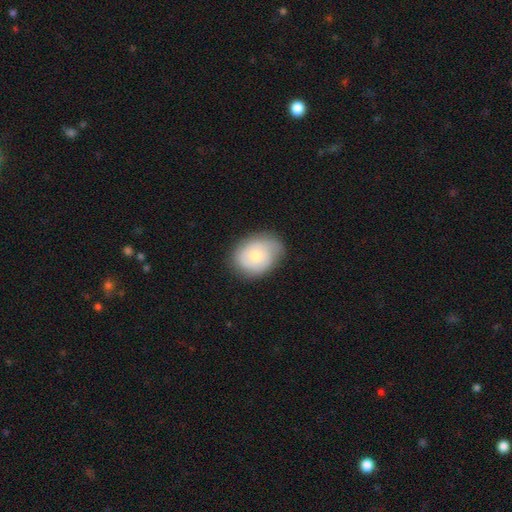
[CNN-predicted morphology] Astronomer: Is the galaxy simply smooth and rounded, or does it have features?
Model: smooth — 61%.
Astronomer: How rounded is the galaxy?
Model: in between — 59% (runner-up: round, 40%).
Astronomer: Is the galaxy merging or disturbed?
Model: none — 69%.